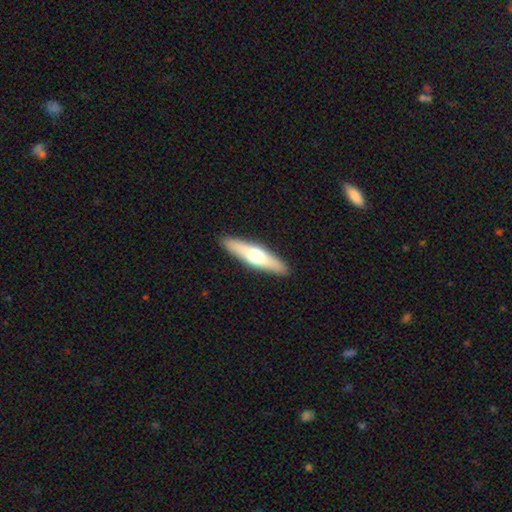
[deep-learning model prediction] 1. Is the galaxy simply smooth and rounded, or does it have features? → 51% smooth, 44% featured or disk, 5% star or artifact.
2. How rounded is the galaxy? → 74% cigar-shaped, 24% in between, 2% round.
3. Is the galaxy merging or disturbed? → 90% none, 7% minor disturbance, 2% major disturbance, 1% merger.